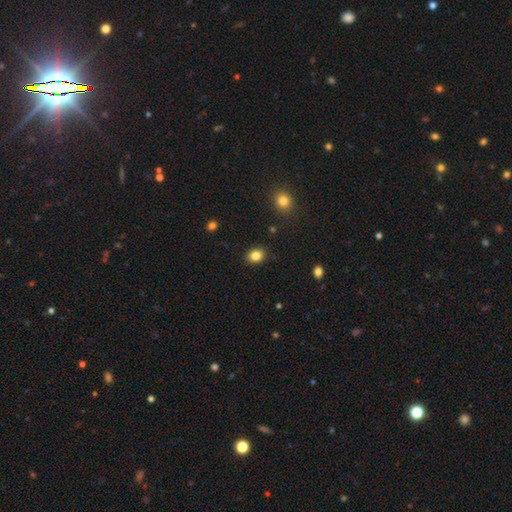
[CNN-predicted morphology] A smooth galaxy with no disk features (85%) that is in between round and cigar-shaped (57%).

Vote fractions:
- Smooth or featured? smooth: 85% / star or artifact: 10% / featured or disk: 5%
- How rounded? in between: 57% / round: 42% / cigar-shaped: 1%
- Merging? none: 89% / minor disturbance: 8% / major disturbance: 2% / merger: 1%